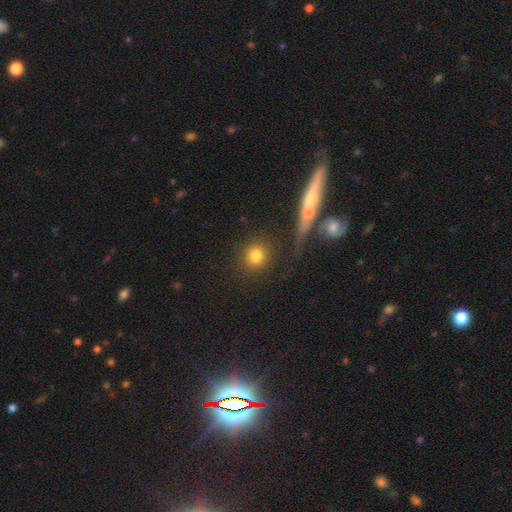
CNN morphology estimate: Smooth or featured: smooth — 79% (star or artifact — 11%)
How rounded: round — 89% (in between — 9%)
Merging: none — 81% (minor disturbance — 8%)